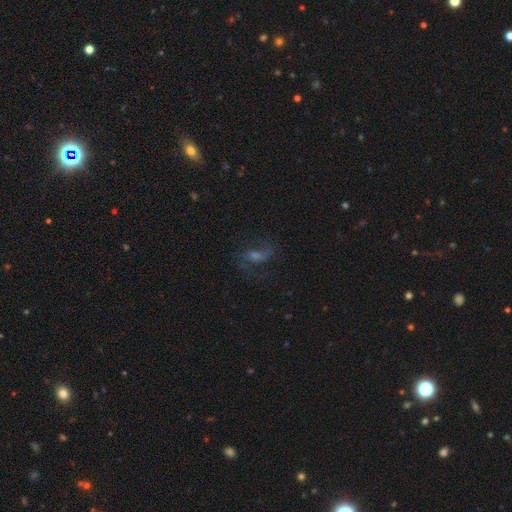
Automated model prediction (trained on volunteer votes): A featured or disk galaxy (68%) with a weak bar (48%), 2 (86%) loose (57%) spiral arms (93%) and a moderate central bulge (38%). Merging: none (70%).